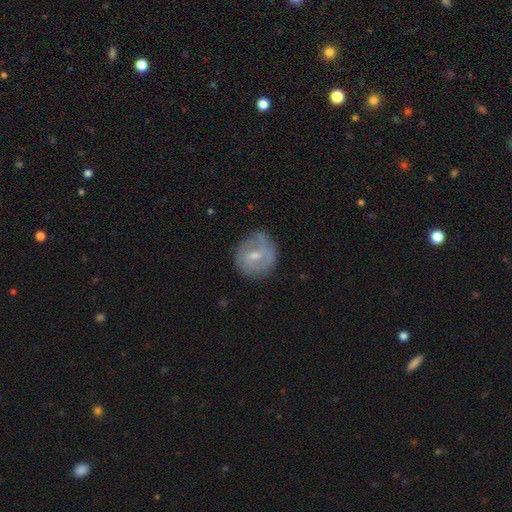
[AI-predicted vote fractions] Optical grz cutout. It shows a smooth galaxy with no disk features (48%). Merging: none (64%).